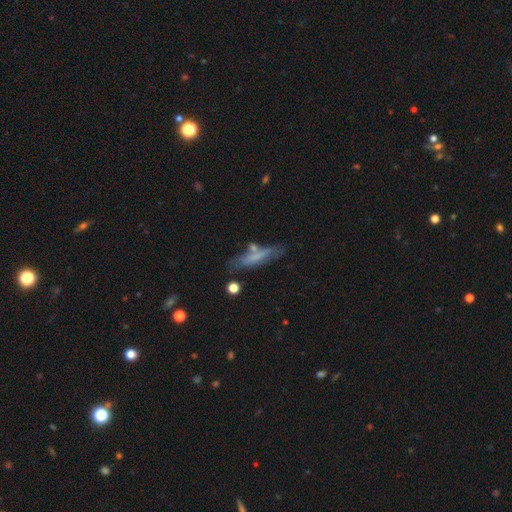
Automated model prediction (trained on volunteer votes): This appears to be a smooth galaxy with no disk features (57%) that is cigar-shaped (78%). Merging: none (62%).